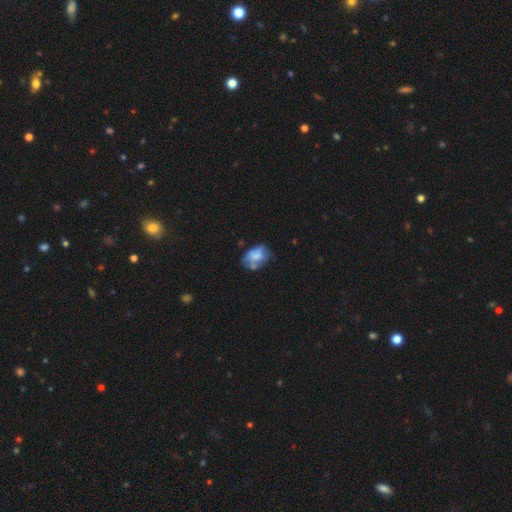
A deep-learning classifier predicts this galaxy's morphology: Smooth or featured? smooth (60%)
How rounded? in between (79%)
Merging? none (39%)